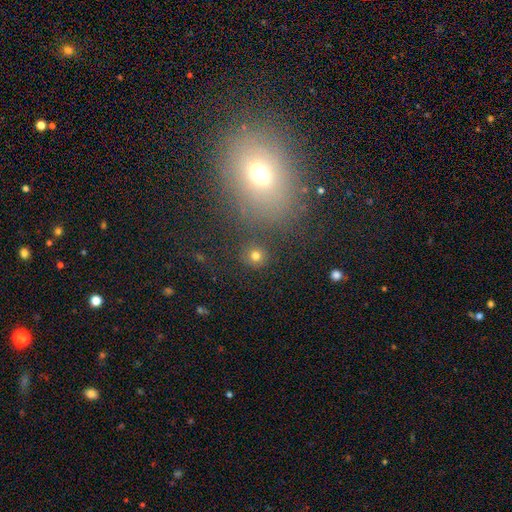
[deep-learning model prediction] A smooth galaxy with no disk features (77%) that is round (93%). Merging: none (86%).